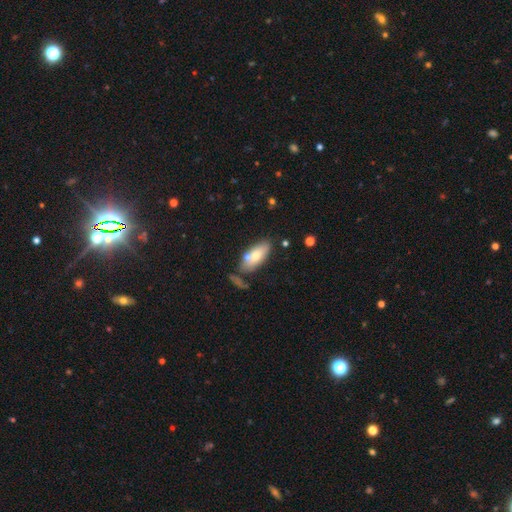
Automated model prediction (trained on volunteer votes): Morphology: type=smooth (71%); roundness=in between (83%); merging=none (62%).